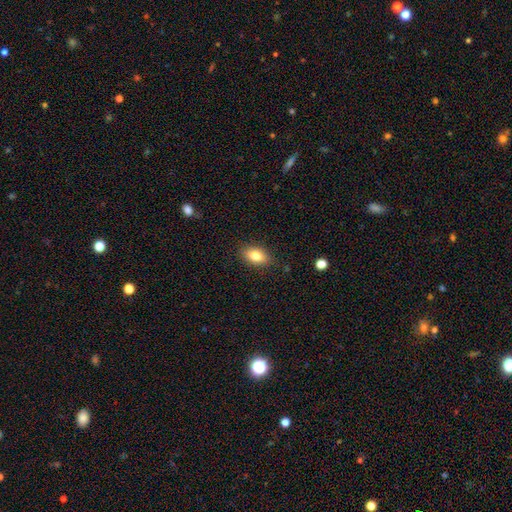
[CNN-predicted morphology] The model was most divided on "smooth or featured": smooth: 79%, featured or disk: 13%, star or artifact: 8%. More confident: how rounded — in between (87%); merging — none (86%).